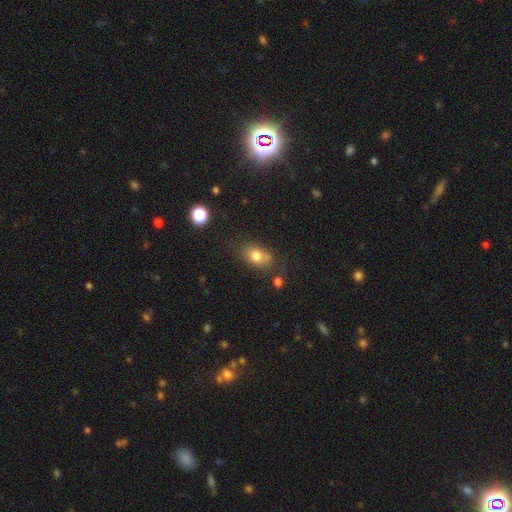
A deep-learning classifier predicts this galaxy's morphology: The model was most divided on "merging": none: 61%, minor disturbance: 22%, merger: 10%, major disturbance: 7%. More confident: smooth or featured — smooth (77%); how rounded — in between (74%).